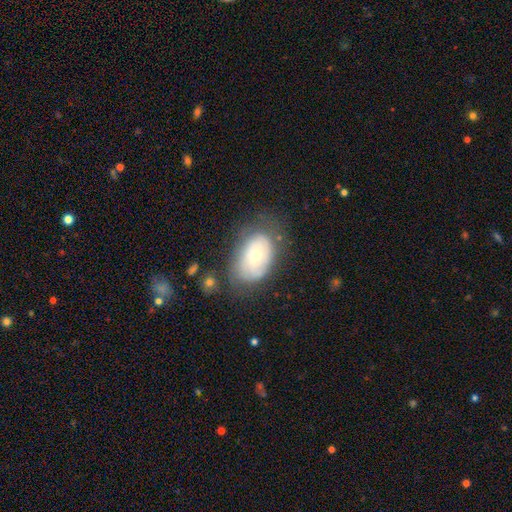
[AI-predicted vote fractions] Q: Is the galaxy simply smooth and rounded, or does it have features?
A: featured or disk — 51%.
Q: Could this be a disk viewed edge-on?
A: no — 94%.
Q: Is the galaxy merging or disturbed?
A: none — 59%.